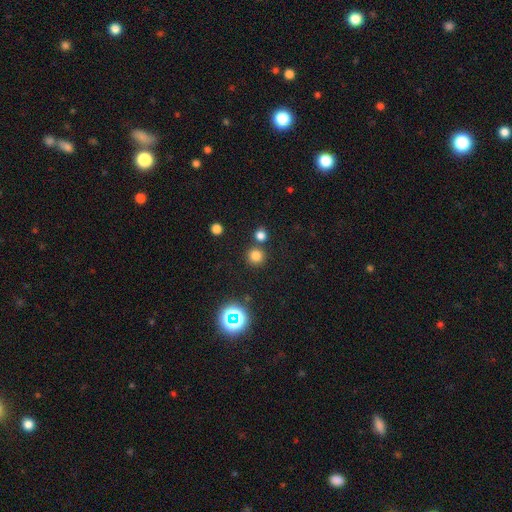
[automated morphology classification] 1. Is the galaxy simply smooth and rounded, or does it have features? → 74% smooth, 20% star or artifact, 6% featured or disk.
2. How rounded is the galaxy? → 94% round, 5% in between, 1% cigar-shaped.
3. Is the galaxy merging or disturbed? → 79% none, 12% merger, 6% minor disturbance, 3% major disturbance.